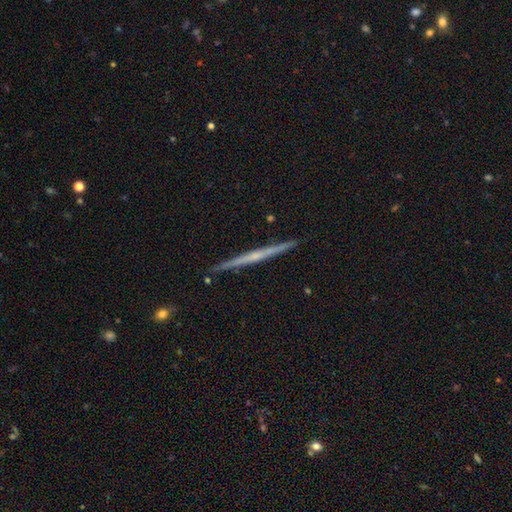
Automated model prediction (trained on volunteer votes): A featured or disk galaxy (70%) viewed edge-on (98%) with no central bulge (62%). Merging: none (91%).